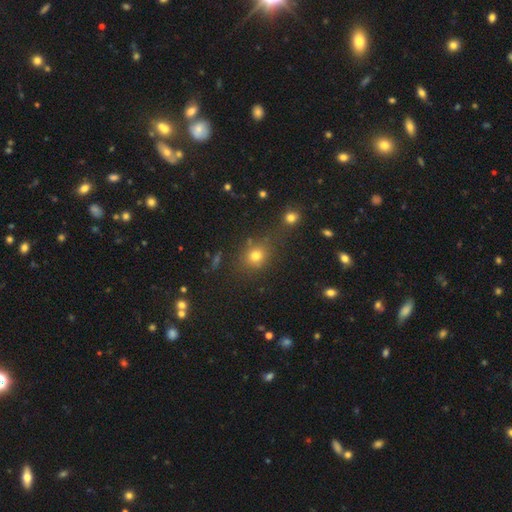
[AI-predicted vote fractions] smooth 70%, star or artifact 21%, featured or disk 8%. Down the decision tree: how rounded — round (74%); merging — none (71%).